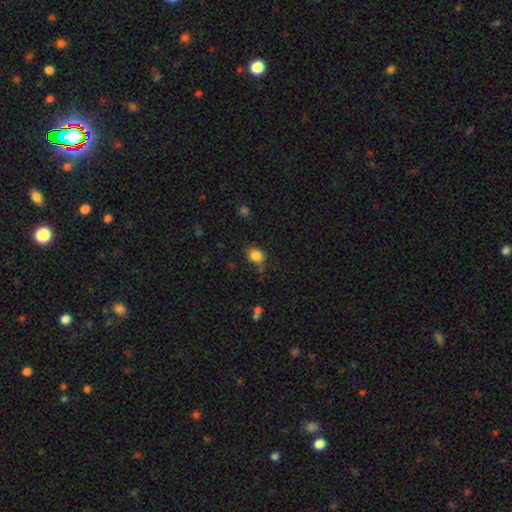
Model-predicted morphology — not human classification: Overall: smooth (84%). How rounded: round (65%; in between 34%). Merging: none (69%).